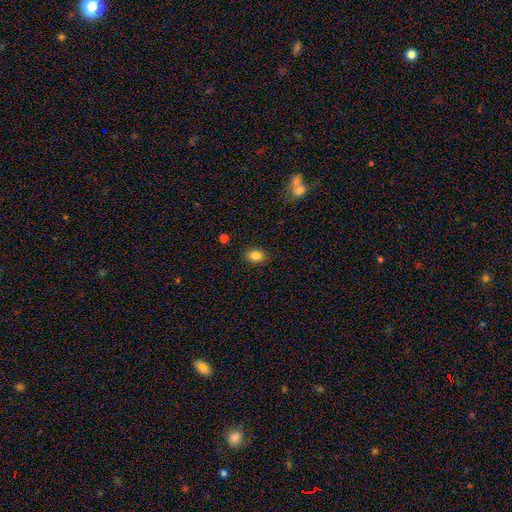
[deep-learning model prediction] This is clearly a smooth galaxy (85%). How rounded: likely in between (75%). Merging: clearly none (87%).